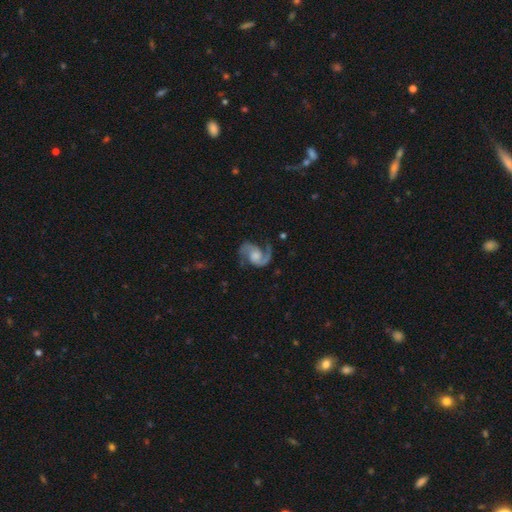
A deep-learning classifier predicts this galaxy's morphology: Smooth or featured? Predicted: featured or disk (p=0.92). Edge-on disk? Predicted: no (p=0.98). Bar? Predicted: no (p=0.61). Spiral arms? Predicted: yes (p=0.98). Spiral winding? Predicted: medium (p=0.57). Spiral arm count? Predicted: 2 (p=0.93). Bulge size? Predicted: moderate (p=0.39). Merging? Predicted: none (p=0.75).